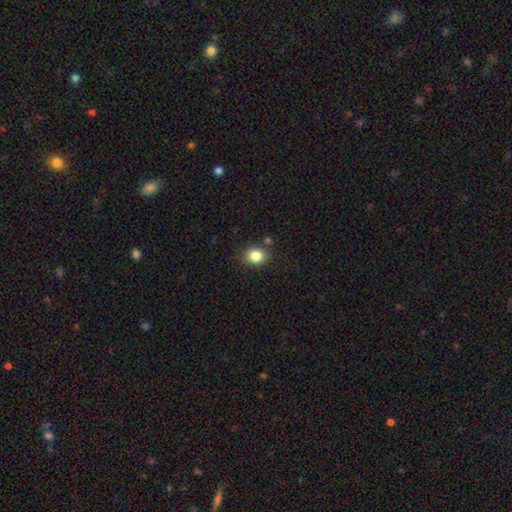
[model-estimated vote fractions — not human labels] Morphology: type=smooth (84%); roundness=round (66%); merging=none (83%).